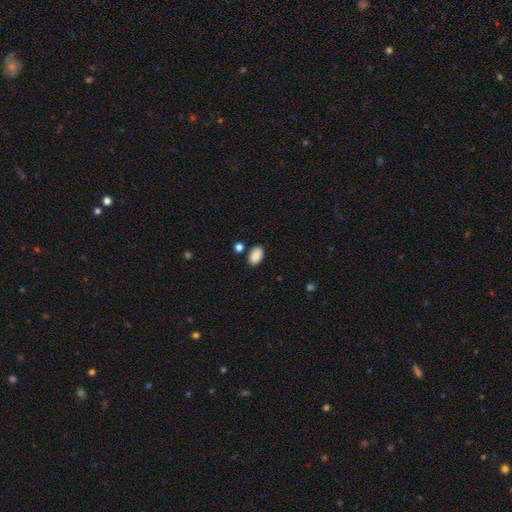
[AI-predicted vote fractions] Overall: smooth (89%). How rounded: in between (92%). Merging: none (83%).